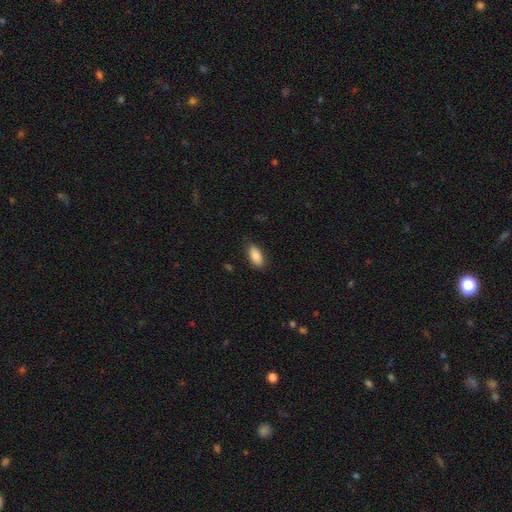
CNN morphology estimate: Smooth or featured? Predicted: smooth (p=0.86). How rounded? Predicted: in between (p=0.91). Merging? Predicted: none (p=0.82).